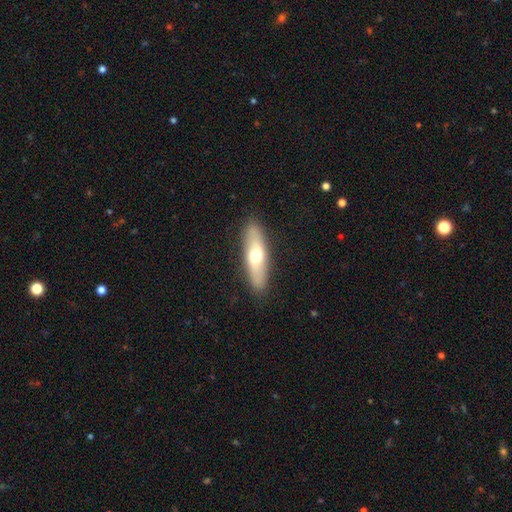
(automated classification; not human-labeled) A smooth galaxy with no disk features (56%) that is cigar-shaped (61%). Merging: none (88%).